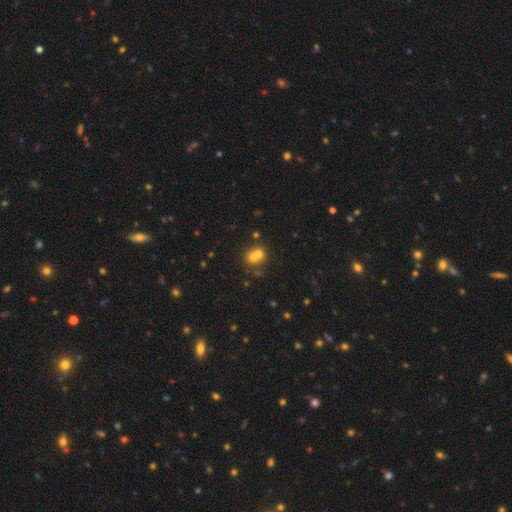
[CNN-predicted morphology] This appears to be a smooth galaxy with no disk features (63%) that is round (78%). Merging: merger (58%).